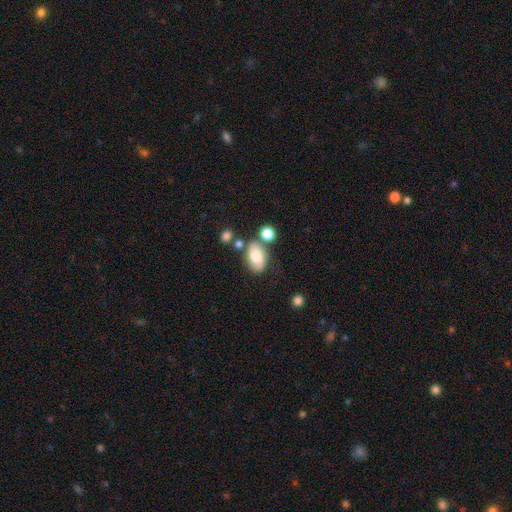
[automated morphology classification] smooth 73%, featured or disk 18%, star or artifact 9%. Down the decision tree: how rounded — in between (87%); merging — none (60%).